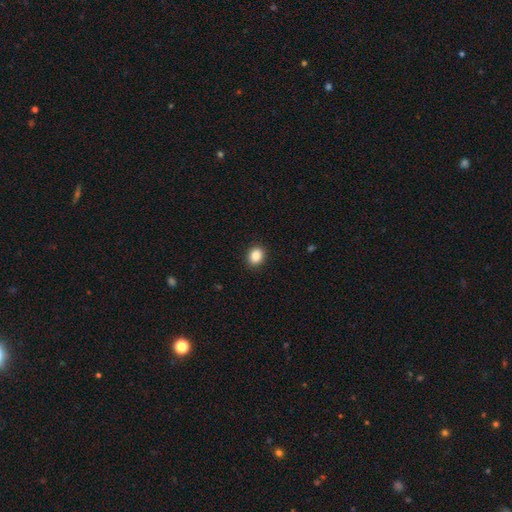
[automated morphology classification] The model was most divided on "how rounded": round: 58%, in between: 41%, cigar-shaped: 1%. More confident: merging — none (91%); smooth or featured — smooth (87%).